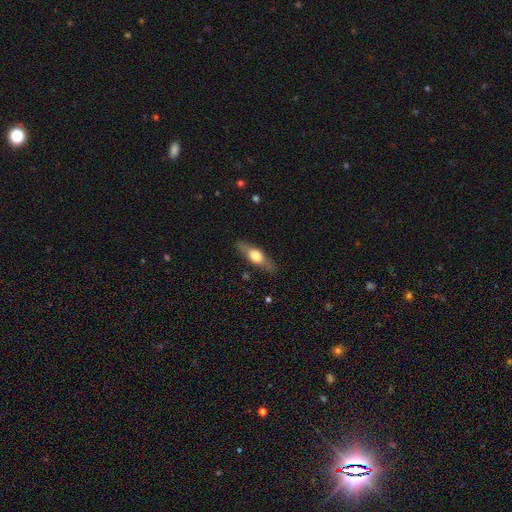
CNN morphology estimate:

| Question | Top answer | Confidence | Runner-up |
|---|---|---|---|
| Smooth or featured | smooth | 47% | tied: featured or disk (47%) |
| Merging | none | 84% | minor disturbance (11%) |